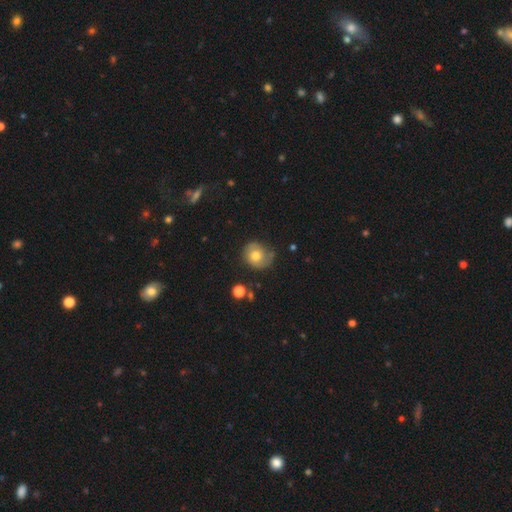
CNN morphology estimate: Smooth or featured?
  - smooth: 54% *
  - featured or disk: 37%
  - star or artifact: 9%
How rounded?
  - round: 74% *
  - in between: 25%
  - cigar-shaped: 1%
Merging?
  - none: 62% *
  - minor disturbance: 26%
  - major disturbance: 9%
  - merger: 3%